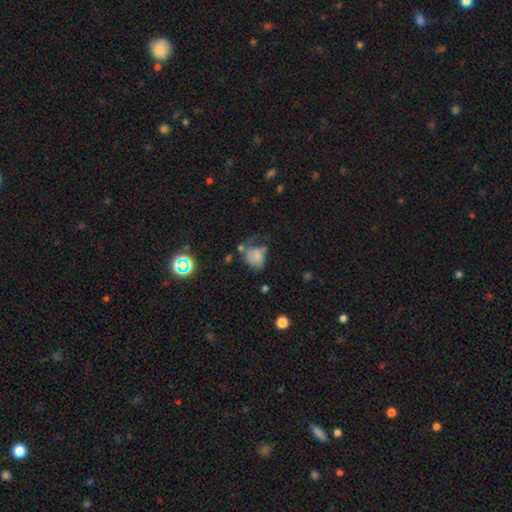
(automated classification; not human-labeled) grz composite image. It shows a smooth galaxy with no disk features (67%) that is round (52%). Merging: major disturbance (34%).